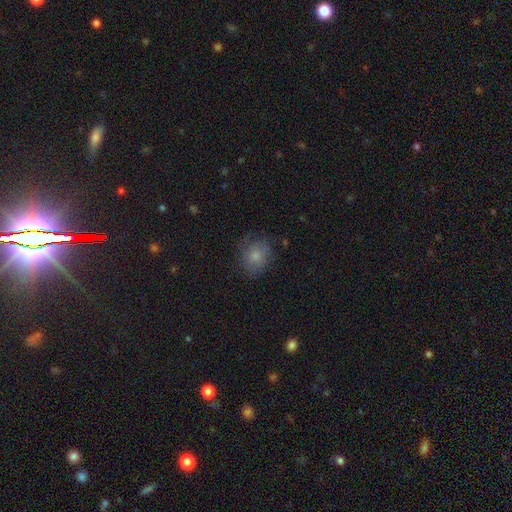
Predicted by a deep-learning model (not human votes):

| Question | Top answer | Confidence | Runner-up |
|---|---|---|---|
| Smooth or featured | smooth | 79% | featured or disk (12%) |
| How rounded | round | 64% | in between (35%) |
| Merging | none | 71% | minor disturbance (20%) |